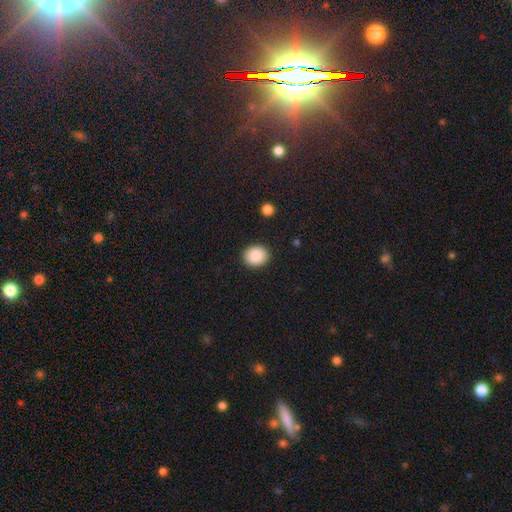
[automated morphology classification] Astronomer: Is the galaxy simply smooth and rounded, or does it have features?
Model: smooth — 89%.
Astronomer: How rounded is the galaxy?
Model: round — 62% (runner-up: in between, 37%).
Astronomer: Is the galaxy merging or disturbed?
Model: none — 89%.